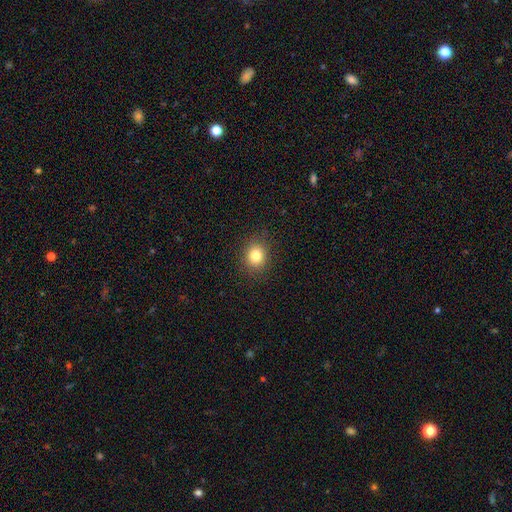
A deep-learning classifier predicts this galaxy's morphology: Smooth or featured: smooth — 81% (star or artifact — 12%)
How rounded: round — 74% (in between — 25%)
Merging: none — 88% (minor disturbance — 8%)